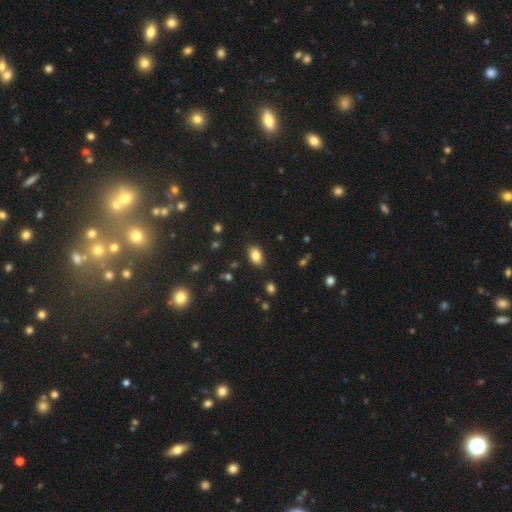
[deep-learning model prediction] smooth_or_featured: smooth (p=0.84) [alt: star or artifact p=0.09]
how_rounded: in between (p=0.89) [alt: round p=0.09]
merging: none (p=0.85) [alt: minor disturbance p=0.11]